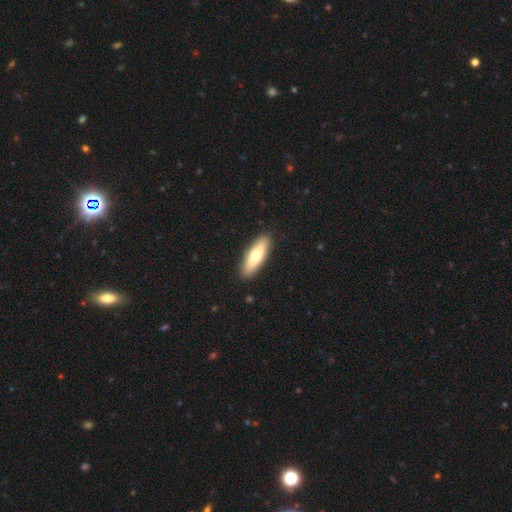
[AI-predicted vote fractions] Q: Smooth or featured?
A: smooth (65%); runner-up: featured or disk (30%)
Q: How rounded?
A: in between (52%); runner-up: cigar-shaped (46%)
Q: Merging?
A: none (90%); runner-up: minor disturbance (7%)